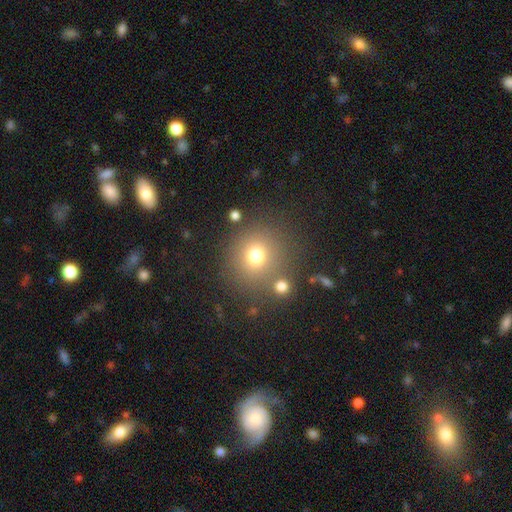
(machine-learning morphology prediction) Smooth or featured? Predicted: smooth (p=0.72). How rounded? Predicted: round (p=0.89). Merging? Predicted: none (p=0.75).